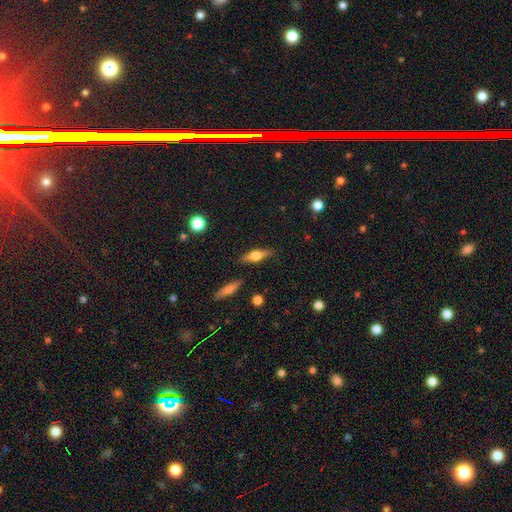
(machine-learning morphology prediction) Smooth or featured? featured or disk (51%)
Edge-on disk? yes (93%)
Merging? none (84%)